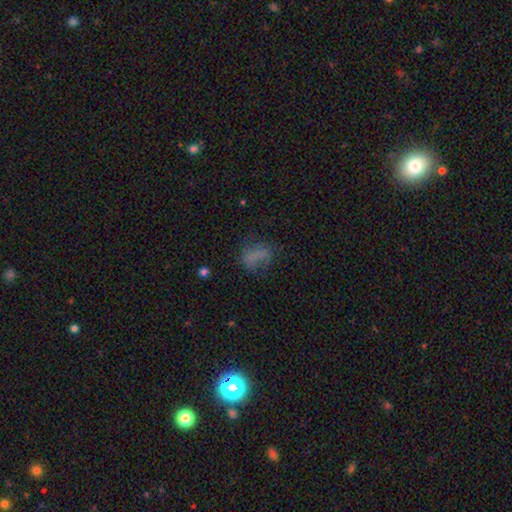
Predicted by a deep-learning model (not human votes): This appears to be a smooth galaxy with no disk features (62%) that is in between round and cigar-shaped (70%). Merging: none (47%).